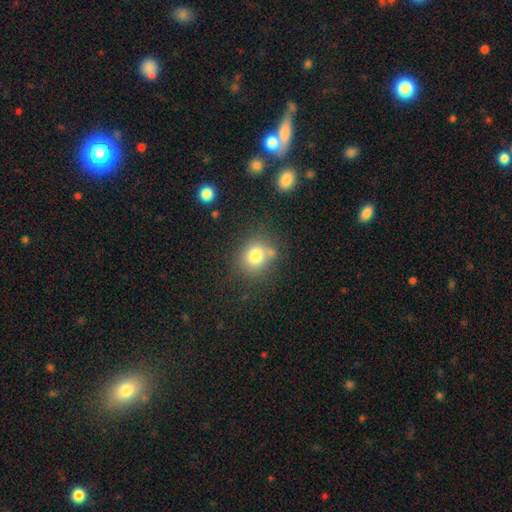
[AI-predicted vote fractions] Smooth or featured? smooth (77%)
How rounded? round (76%)
Merging? none (68%)